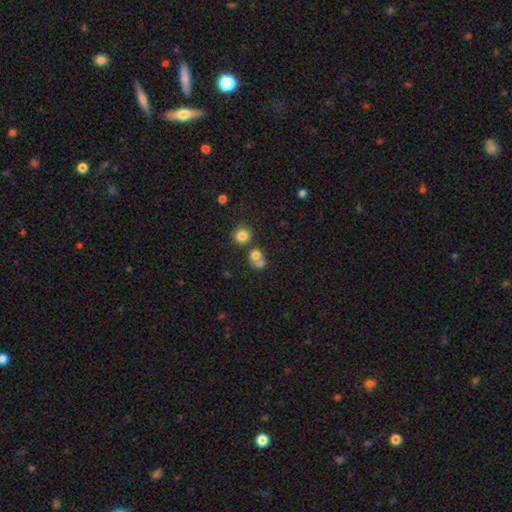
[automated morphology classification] Smooth or featured? smooth (74%)
How rounded? round (77%)
Merging? merger (44%)